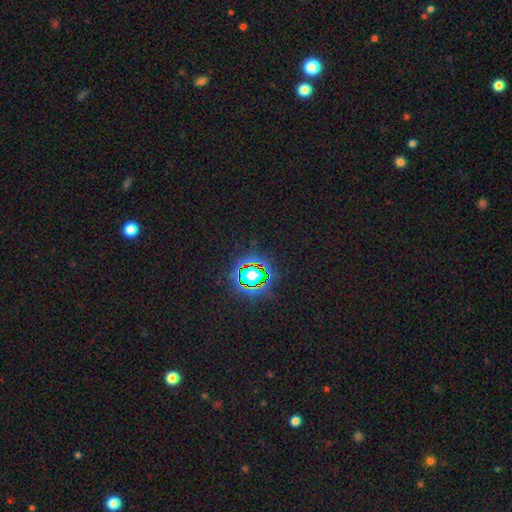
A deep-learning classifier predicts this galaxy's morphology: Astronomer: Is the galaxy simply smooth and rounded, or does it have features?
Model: star or artifact — 82%.